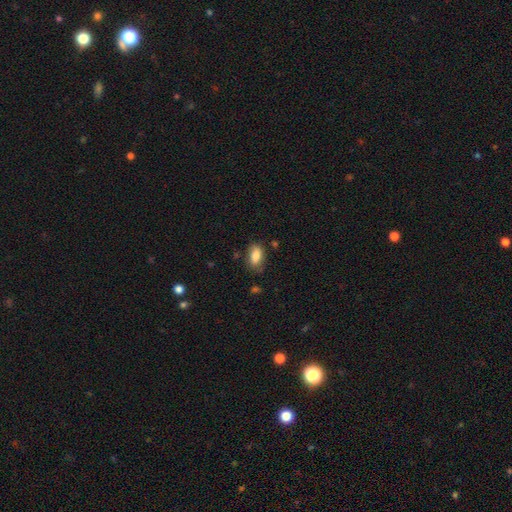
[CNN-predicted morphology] smooth_or_featured: smooth (p=0.84) [alt: featured or disk p=0.08]
how_rounded: in between (p=0.90) [alt: round p=0.06]
merging: none (p=0.76) [alt: minor disturbance p=0.18]